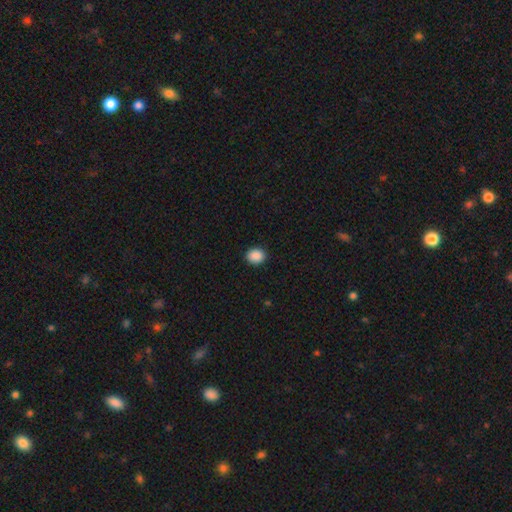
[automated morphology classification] Overall: smooth (89%). How rounded: round (68%; in between 31%). Merging: none (91%).